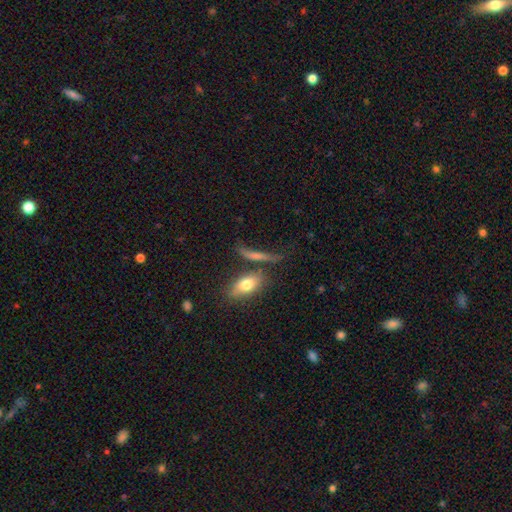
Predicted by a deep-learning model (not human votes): Smooth or featured? smooth (53%)
How rounded? cigar-shaped (61%)
Merging? none (55%)